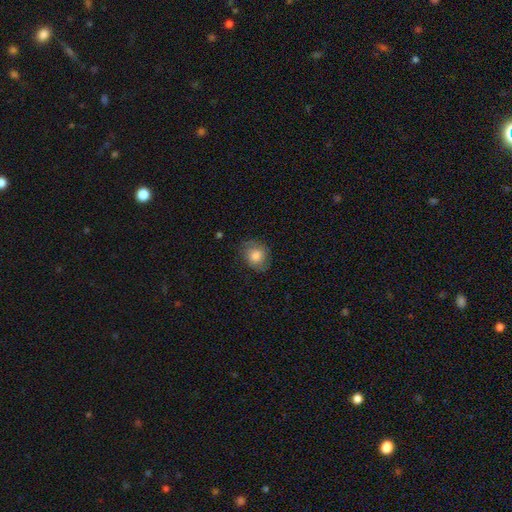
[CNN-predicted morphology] Smooth or featured? smooth (75%)
How rounded? round (67%)
Merging? none (72%)